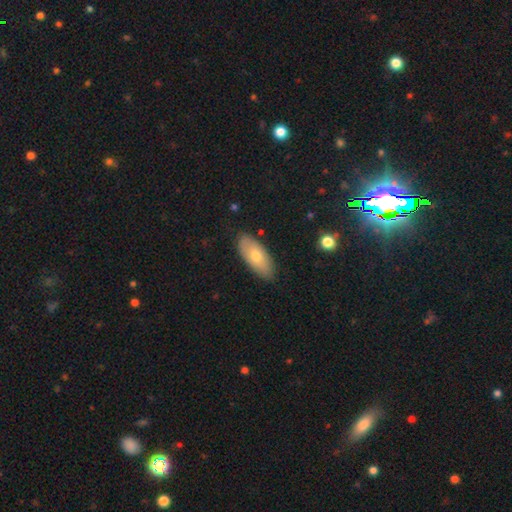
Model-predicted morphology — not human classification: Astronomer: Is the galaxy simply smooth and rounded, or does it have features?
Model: smooth — 66%.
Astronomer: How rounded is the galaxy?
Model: in between — 85%.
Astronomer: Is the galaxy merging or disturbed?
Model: none — 85%.